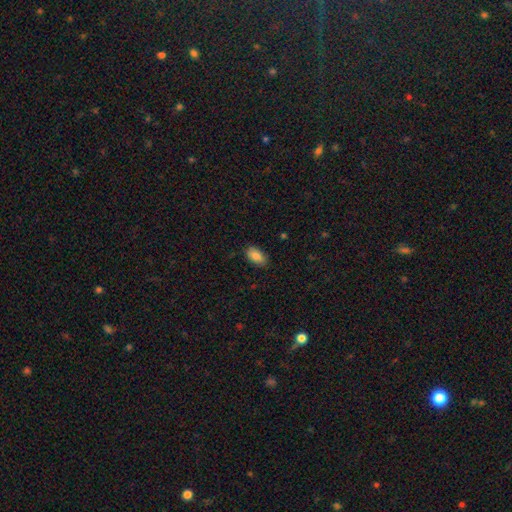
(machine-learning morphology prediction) This is clearly a smooth galaxy (86%). How rounded: clearly in between (93%). Merging: clearly none (86%).